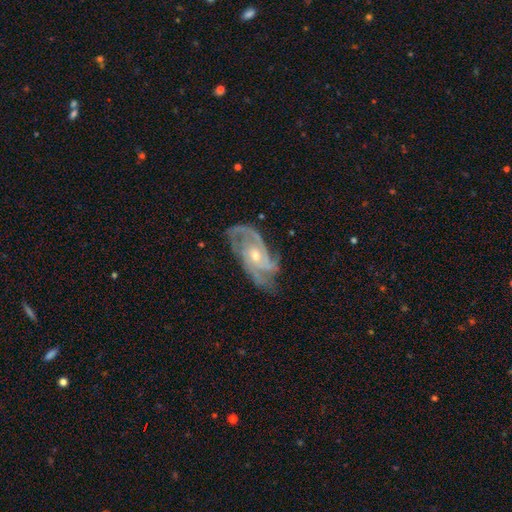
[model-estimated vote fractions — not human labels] Smooth or featured? featured or disk (90%)
Edge-on disk? no (96%)
Bar? no (67%)
Spiral arms? yes (98%)
Spiral winding? tight (47%)
Spiral arm count? 3 (43%)
Bulge size? moderate (51%)
Merging? none (70%)